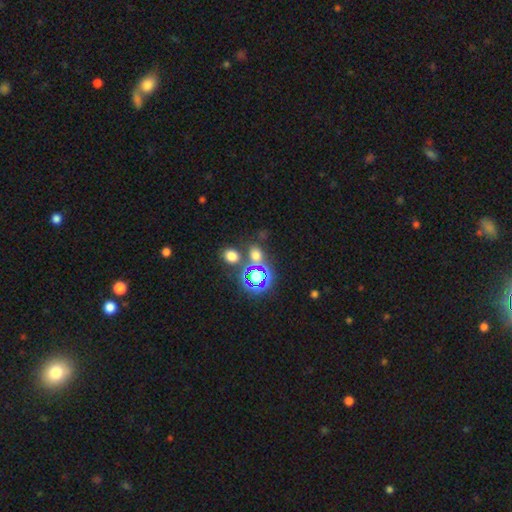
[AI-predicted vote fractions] smooth 55%, star or artifact 37%, featured or disk 8%. Down the decision tree: how rounded — round (59%); merging — none (64%).